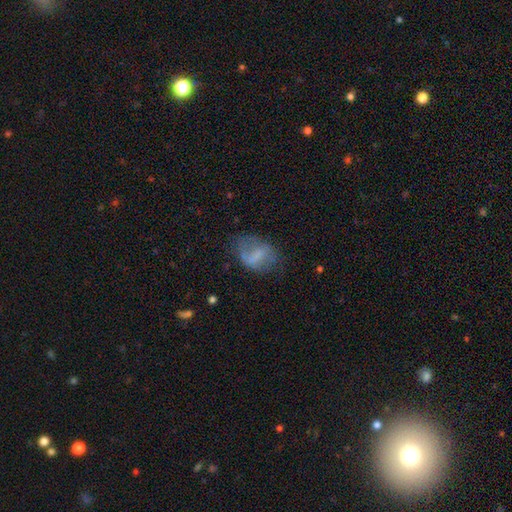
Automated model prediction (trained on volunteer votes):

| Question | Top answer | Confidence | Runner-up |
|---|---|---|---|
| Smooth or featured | smooth | 50% | featured or disk (40%) |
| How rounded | in between | 76% | round (21%) |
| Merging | none | 50% | minor disturbance (27%) |